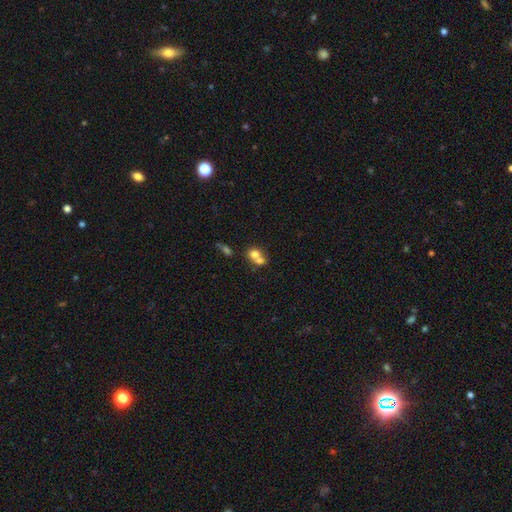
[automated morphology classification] A smooth galaxy with no disk features (71%) that is round (67%). Merging: merger (65%).